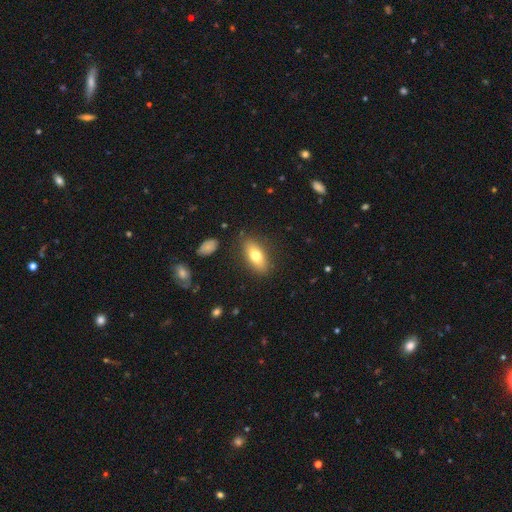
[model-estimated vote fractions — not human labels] smooth-or-featured: smooth: 71% | featured or disk: 22% | star or artifact: 7%
  how-rounded: in between: 81% | cigar-shaped: 15% | round: 4%
  merging: none: 84% | minor disturbance: 11% | major disturbance: 3% | merger: 2%